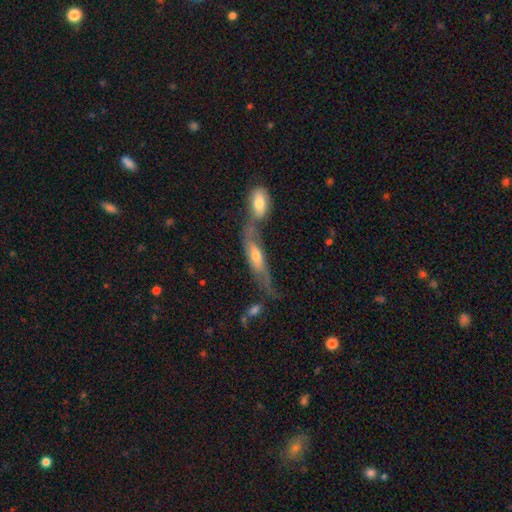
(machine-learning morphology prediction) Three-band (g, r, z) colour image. It shows a featured or disk galaxy (52%). Merging: merger (52%).